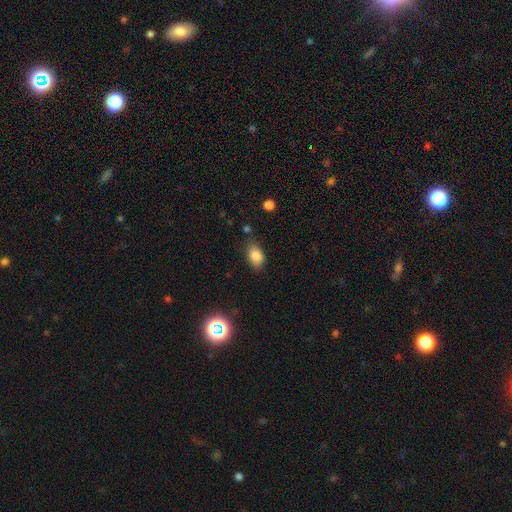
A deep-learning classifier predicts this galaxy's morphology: Overall: smooth (84%). How rounded: in between (86%). Merging: none (78%).